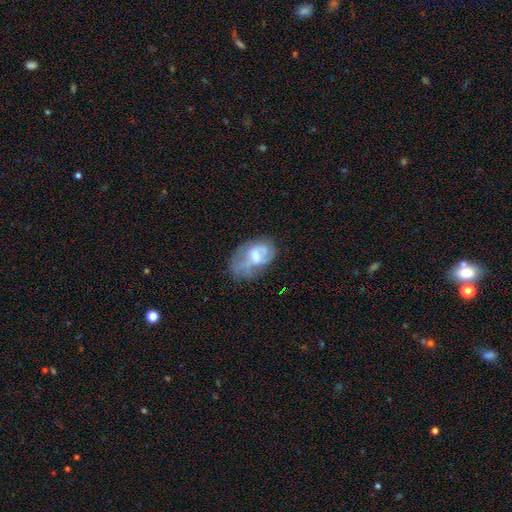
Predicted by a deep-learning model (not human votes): Smooth or featured: featured or disk — 52% (smooth — 40%)
Edge-on disk: no — 96% (yes — 4%)
Merging: none — 34% (minor disturbance — 30%)